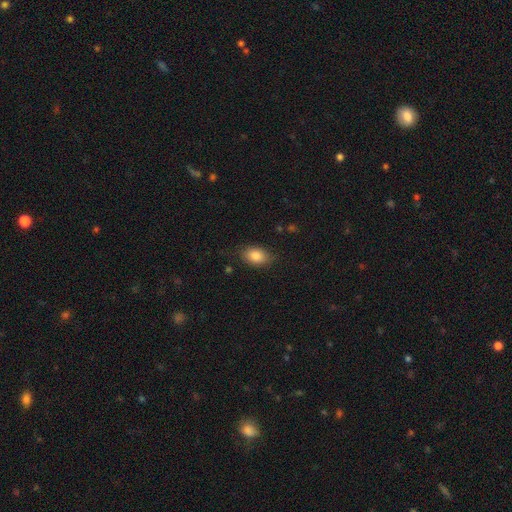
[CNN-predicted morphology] Q: Smooth or featured?
A: smooth (85%); runner-up: star or artifact (8%)
Q: How rounded?
A: in between (84%); runner-up: round (15%)
Q: Merging?
A: none (79%); runner-up: minor disturbance (16%)